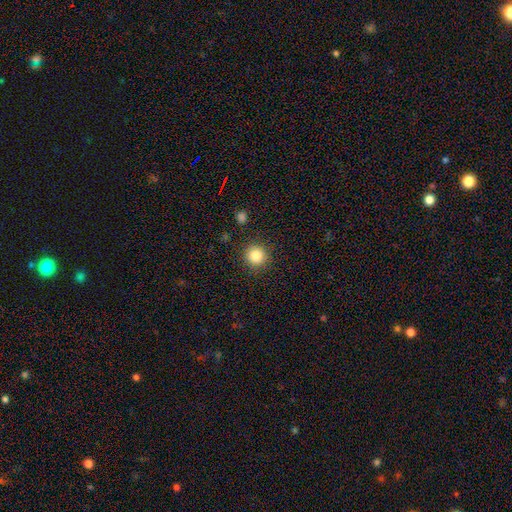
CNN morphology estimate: smooth 84%, star or artifact 11%, featured or disk 5%. Down the decision tree: how rounded — round (94%); merging — none (90%).